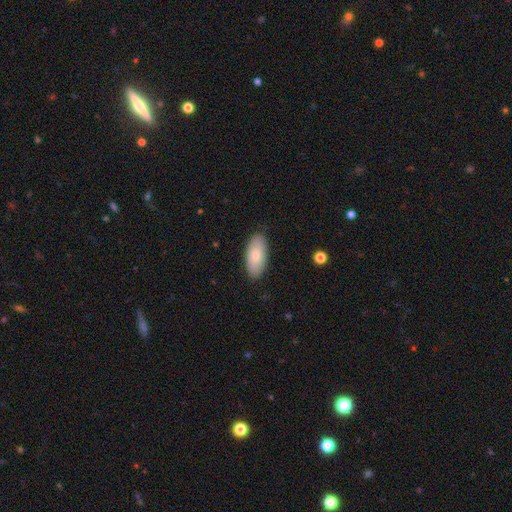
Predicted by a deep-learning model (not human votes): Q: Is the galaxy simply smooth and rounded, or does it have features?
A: smooth — 81%.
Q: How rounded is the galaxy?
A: in between — 92%.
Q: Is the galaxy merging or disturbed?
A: none — 87%.